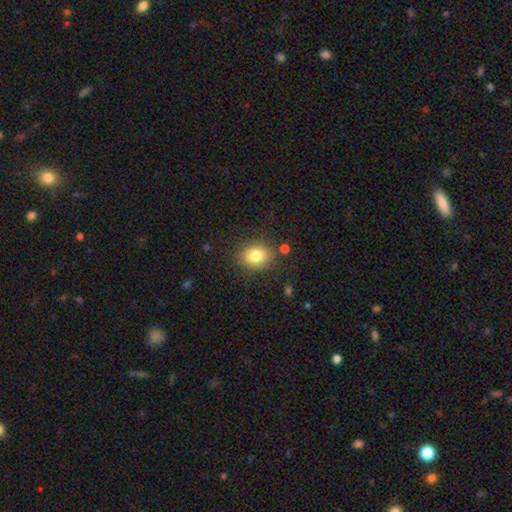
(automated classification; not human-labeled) smooth_or_featured: smooth (p=0.80) [alt: featured or disk p=0.10]
how_rounded: in between (p=0.50) [alt: round p=0.49]
merging: none (p=0.82) [alt: minor disturbance p=0.12]